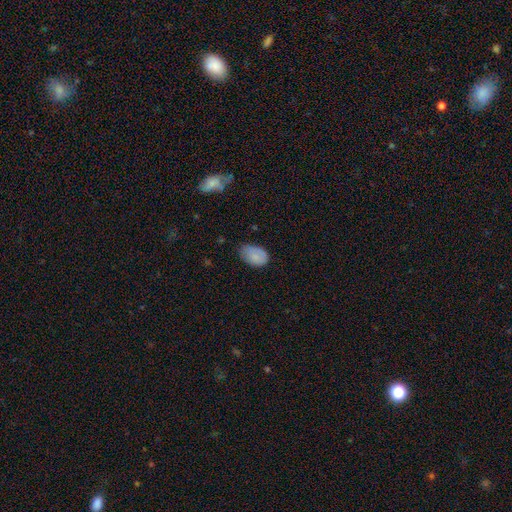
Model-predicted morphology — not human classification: Smooth or featured: smooth — 83% (featured or disk — 9%)
How rounded: in between — 89% (round — 10%)
Merging: none — 52% (minor disturbance — 37%)